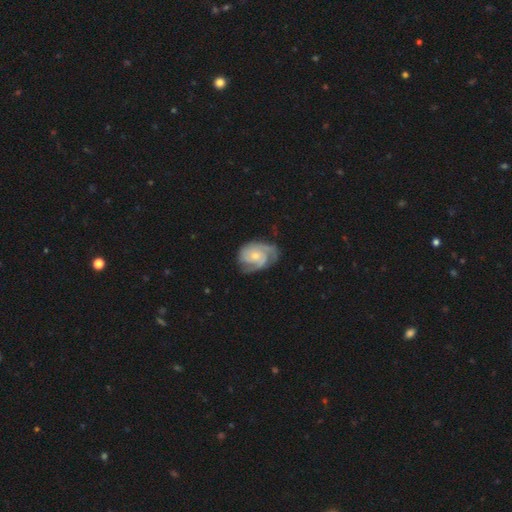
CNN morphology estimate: Smooth or featured?
  - featured or disk: 82% *
  - smooth: 13%
  - star or artifact: 5%
Edge-on disk?
  - no: 98% *
  - yes: 2%
Bar?
  - no: 73% *
  - weak: 23%
  - strong: 4%
Spiral arms?
  - yes: 96% *
  - no: 4%
Spiral winding?
  - tight: 49% *
  - medium: 40%
  - loose: 11%
Spiral arm count?
  - 3: 36% *
  - 2: 34%
  - can't tell: 16%
  - 1: 6%
  - 4: 6%
  - more than 4: 4%
Bulge size?
  - small: 56% *
  - moderate: 39%
  - none: 2%
  - large: 2%
  - dominant: 1%
Merging?
  - none: 62% *
  - minor disturbance: 25%
  - major disturbance: 12%
  - merger: 2%